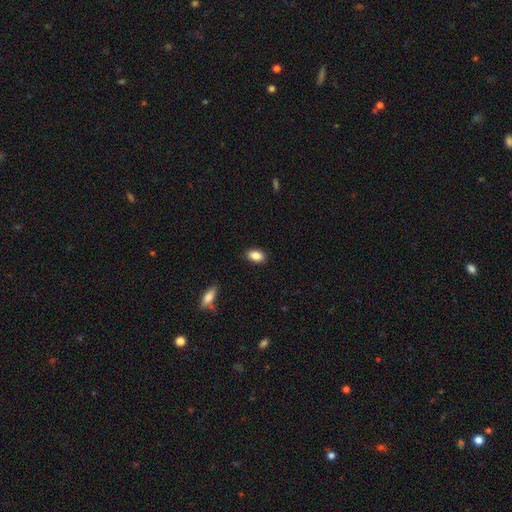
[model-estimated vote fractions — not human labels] A smooth galaxy with no disk features (87%) that is in between round and cigar-shaped (89%).

Vote fractions:
- Smooth or featured? smooth: 87% / star or artifact: 8% / featured or disk: 5%
- How rounded? in between: 89% / round: 8% / cigar-shaped: 2%
- Merging? none: 89% / minor disturbance: 8% / major disturbance: 2% / merger: 1%